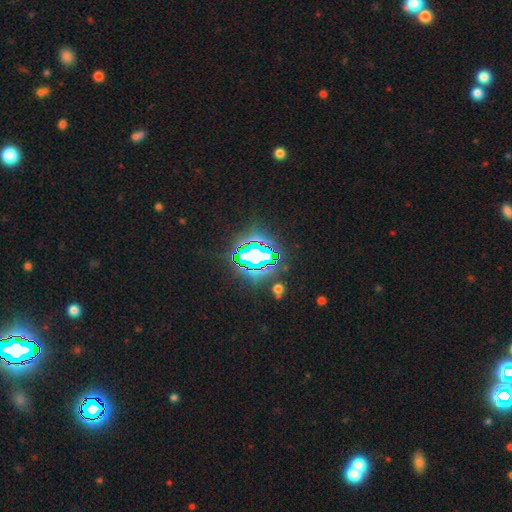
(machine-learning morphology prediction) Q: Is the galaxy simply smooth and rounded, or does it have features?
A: star or artifact — 77%.